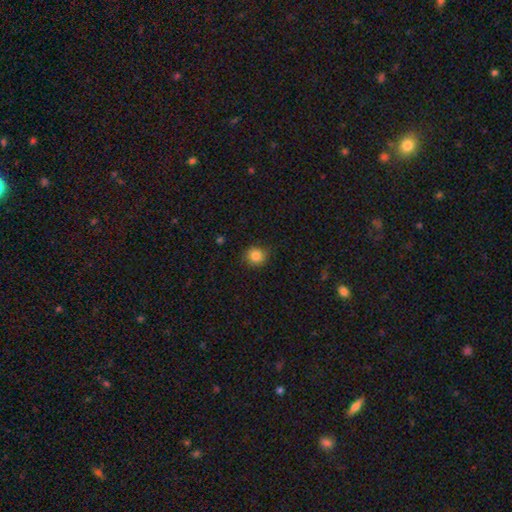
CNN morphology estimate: Overall: smooth (84%). How rounded: round (88%). Merging: none (84%).